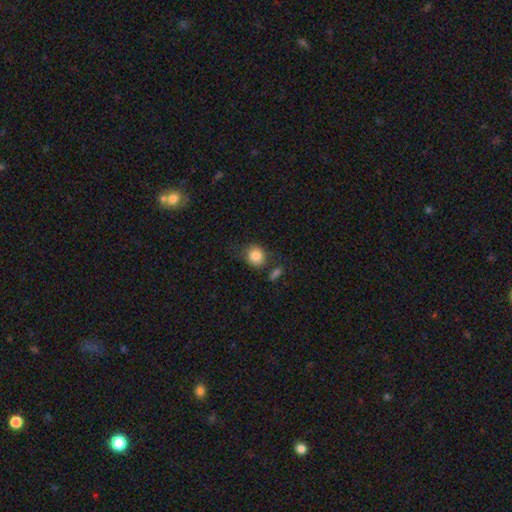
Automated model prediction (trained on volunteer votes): Smooth or featured? Predicted: smooth (p=0.84). How rounded? Predicted: round (p=0.80). Merging? Predicted: none (p=0.66).